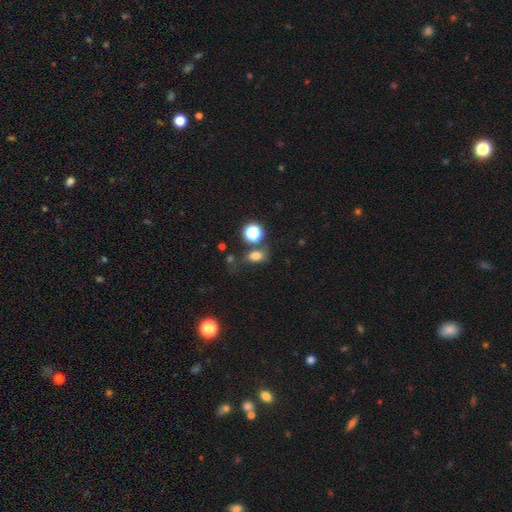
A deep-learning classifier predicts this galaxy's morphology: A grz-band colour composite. It shows a smooth galaxy with no disk features (74%) that is in between round and cigar-shaped (69%). Merging: none (63%).